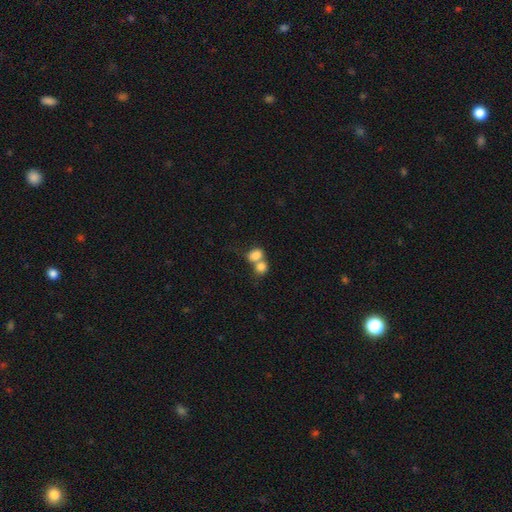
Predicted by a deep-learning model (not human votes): smooth 80%, featured or disk 11%, star or artifact 9%. Down the decision tree: how rounded — in between (56%); merging — merger (68%).